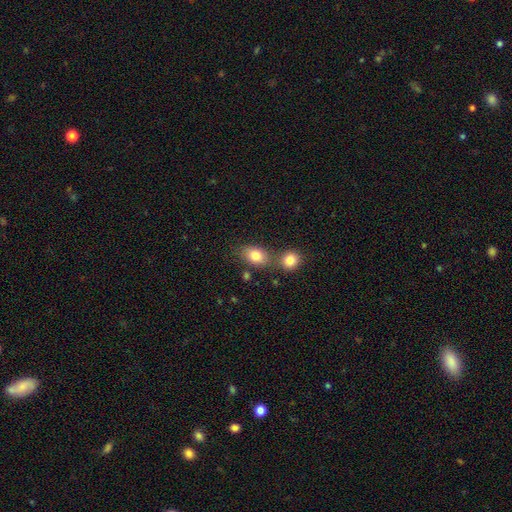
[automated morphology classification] A smooth galaxy with no disk features (81%) that is in between round and cigar-shaped (75%). Merging: none (57%).